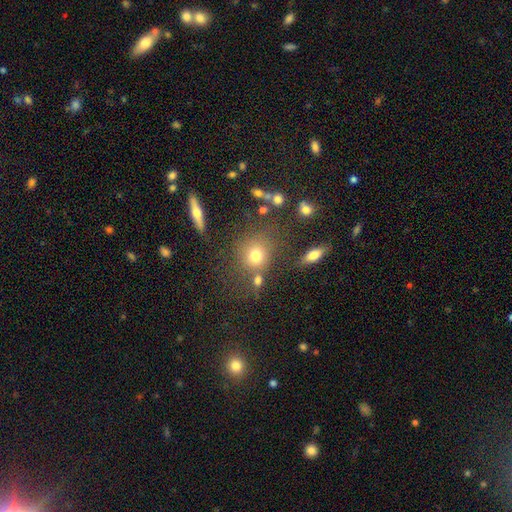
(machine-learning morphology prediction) Overall: smooth (72%). How rounded: round (76%). Merging: none (65%).